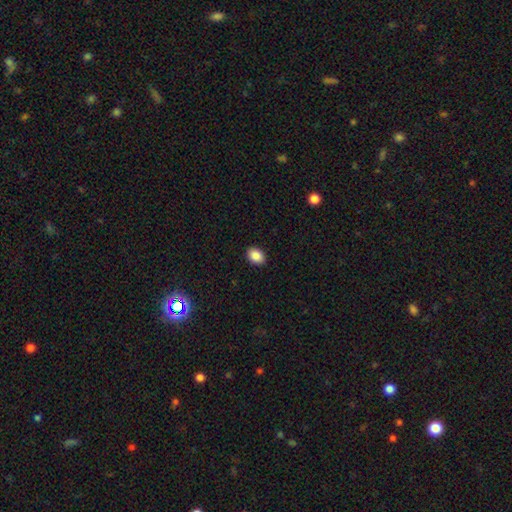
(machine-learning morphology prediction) Q: Smooth or featured?
A: smooth (89%); runner-up: star or artifact (8%)
Q: How rounded?
A: in between (76%); runner-up: round (23%)
Q: Merging?
A: none (91%); runner-up: minor disturbance (7%)